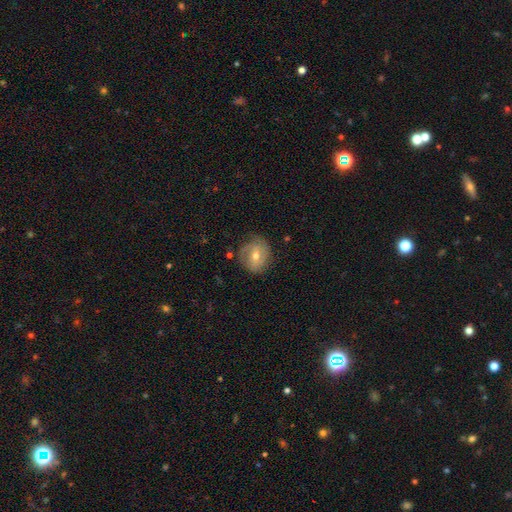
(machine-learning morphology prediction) Q: Smooth or featured?
A: featured or disk (62%); runner-up: smooth (31%)
Q: Edge-on disk?
A: no (96%); runner-up: yes (4%)
Q: Bar?
A: weak (45%); runner-up: no (41%)
Q: Spiral arms?
A: yes (86%); runner-up: no (14%)
Q: Spiral winding?
A: tight (43%); runner-up: medium (39%)
Q: Spiral arm count?
A: 2 (50%); runner-up: can't tell (21%)
Q: Bulge size?
A: moderate (64%); runner-up: small (31%)
Q: Merging?
A: none (69%); runner-up: minor disturbance (21%)